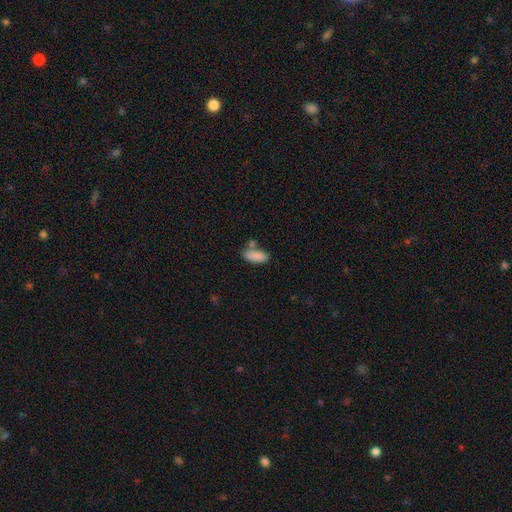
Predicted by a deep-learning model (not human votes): Smooth or featured? Predicted: smooth (p=0.86). How rounded? Predicted: in between (p=0.75). Merging? Predicted: none (p=0.60).